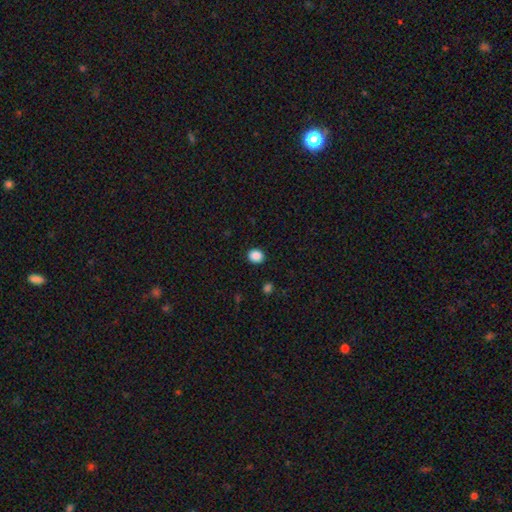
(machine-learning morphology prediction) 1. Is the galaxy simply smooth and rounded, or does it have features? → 88% smooth, 10% star or artifact, 2% featured or disk.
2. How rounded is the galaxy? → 74% round, 25% in between, 1% cigar-shaped.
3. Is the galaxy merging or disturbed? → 91% none, 6% minor disturbance, 2% major disturbance, 1% merger.